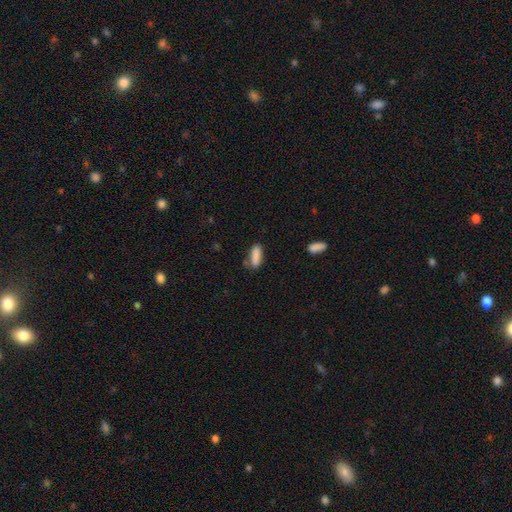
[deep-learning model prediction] smooth 86%, star or artifact 8%, featured or disk 6%. Down the decision tree: how rounded — in between (53%); merging — none (69%).